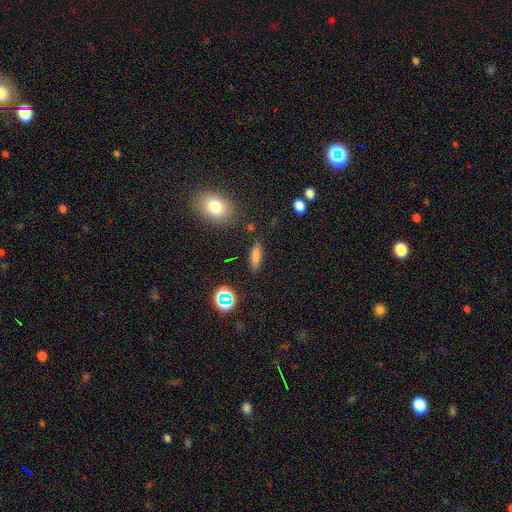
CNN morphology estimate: smooth 73%, star or artifact 15%, featured or disk 13%. Down the decision tree: how rounded — cigar-shaped (59%); merging — none (85%).